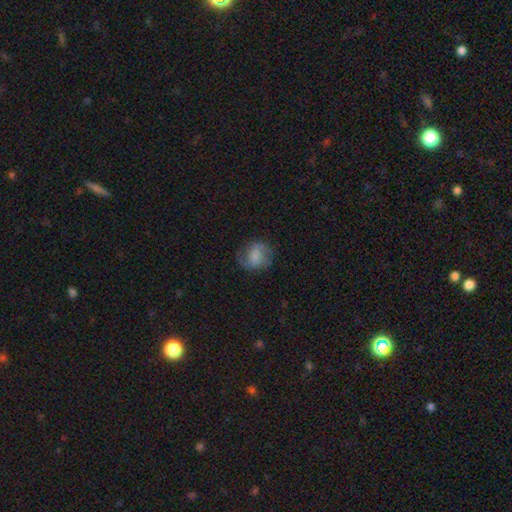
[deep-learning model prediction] Q: Smooth or featured?
A: smooth (60%); runner-up: featured or disk (31%)
Q: How rounded?
A: round (61%); runner-up: in between (38%)
Q: Merging?
A: none (66%); runner-up: minor disturbance (21%)